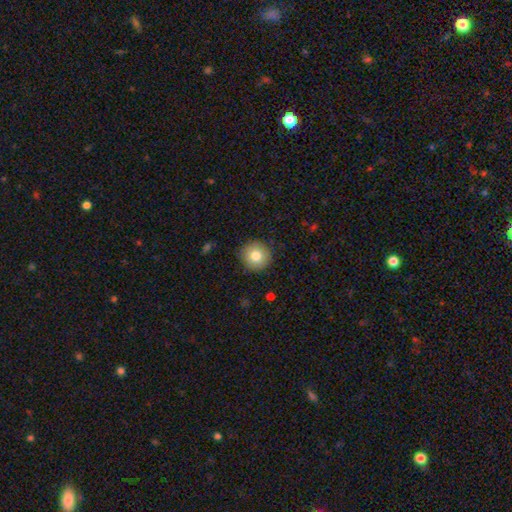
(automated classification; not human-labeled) A smooth galaxy with no disk features (80%) that is round (95%). Merging: none (90%).